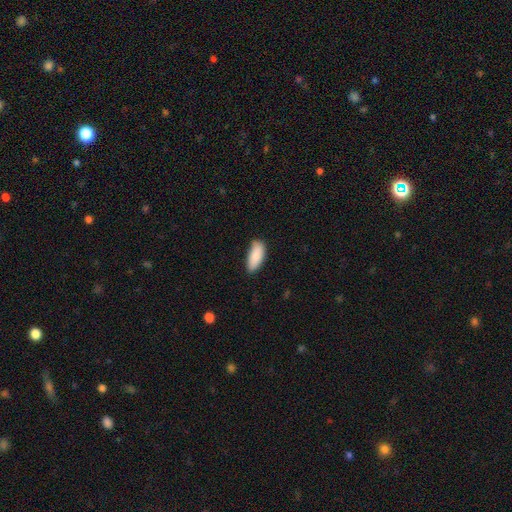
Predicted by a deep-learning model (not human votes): A smooth galaxy with no disk features (89%) that is in between round and cigar-shaped (82%).

Vote fractions:
- Smooth or featured? smooth: 89% / star or artifact: 6% / featured or disk: 5%
- How rounded? in between: 82% / cigar-shaped: 16% / round: 2%
- Merging? none: 77% / minor disturbance: 19% / major disturbance: 3% / merger: 1%